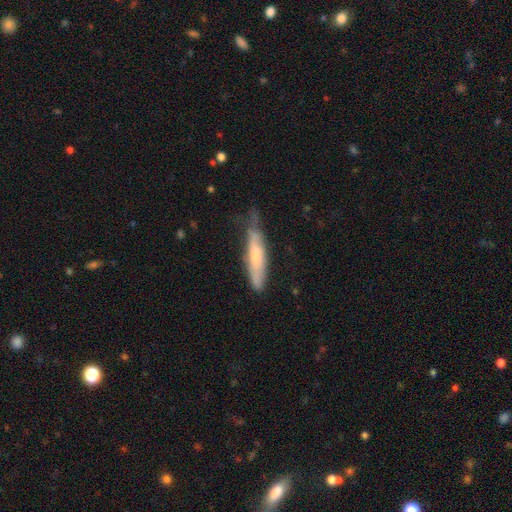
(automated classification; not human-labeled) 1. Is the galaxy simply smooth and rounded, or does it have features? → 57% smooth, 37% featured or disk, 6% star or artifact.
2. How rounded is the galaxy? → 81% cigar-shaped, 18% in between, 1% round.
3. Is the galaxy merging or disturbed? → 50% none, 36% minor disturbance, 11% major disturbance, 2% merger.